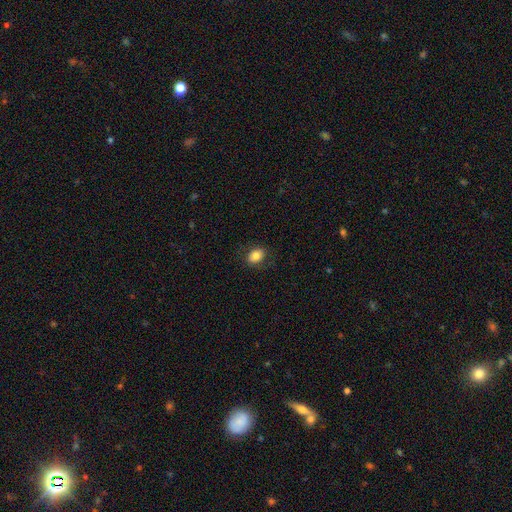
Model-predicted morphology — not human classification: This is clearly a smooth galaxy (81%). How rounded: likely in between (68%). Merging: clearly none (83%).